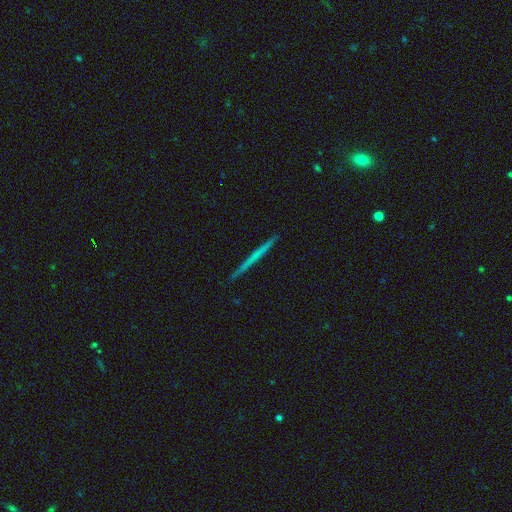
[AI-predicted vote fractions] Smooth or featured: featured or disk — 49% (smooth — 45%)
Merging: none — 93% (minor disturbance — 5%)